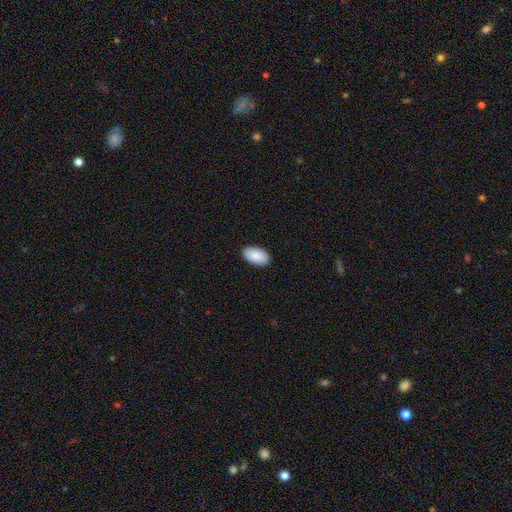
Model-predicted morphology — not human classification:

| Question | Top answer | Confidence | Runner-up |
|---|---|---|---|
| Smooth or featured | smooth | 88% | featured or disk (6%) |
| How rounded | in between | 95% | round (3%) |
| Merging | none | 89% | minor disturbance (8%) |